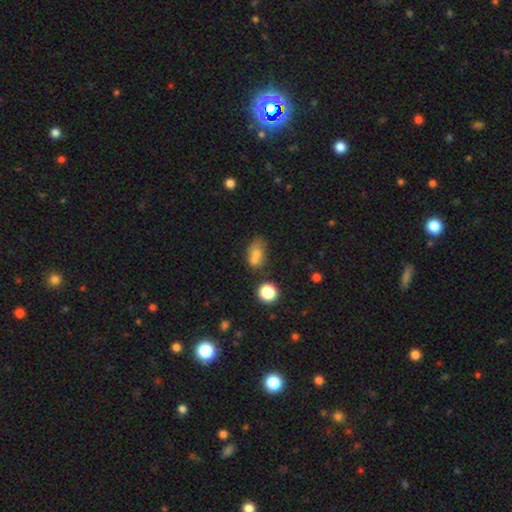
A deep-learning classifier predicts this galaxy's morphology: Overall: smooth (69%). How rounded: in between (72%). Merging: merger (35%, tied with none).